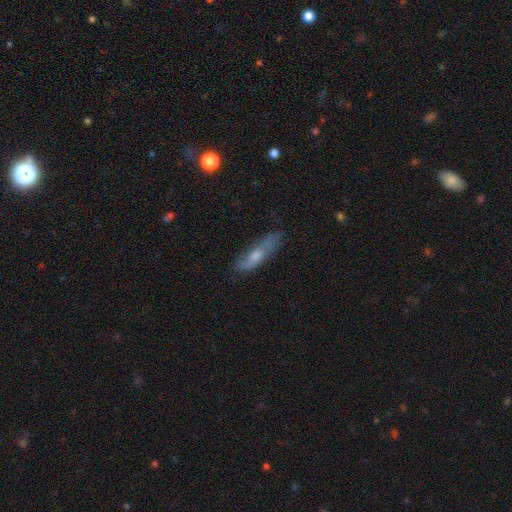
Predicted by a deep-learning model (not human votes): Smooth or featured?
  - smooth: 48% *
  - featured or disk: 44%
  - star or artifact: 8%
Merging?
  - none: 72% *
  - minor disturbance: 21%
  - major disturbance: 6%
  - merger: 2%